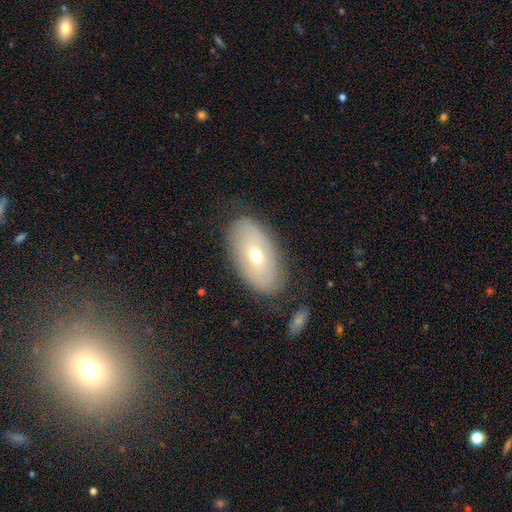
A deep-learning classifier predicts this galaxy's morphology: smooth 53%, featured or disk 40%, star or artifact 8%. Down the decision tree: how rounded — in between (92%); merging — none (80%).